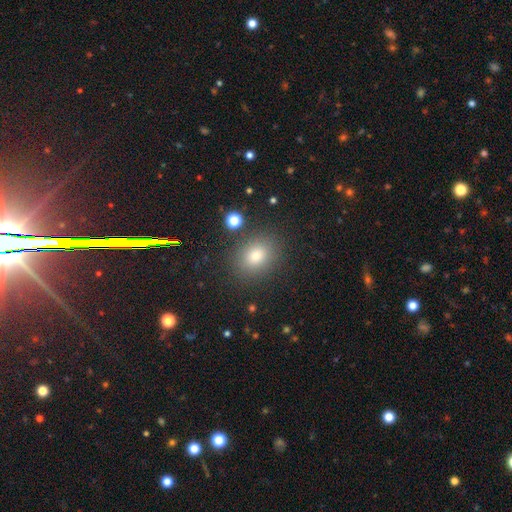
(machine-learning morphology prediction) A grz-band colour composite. It shows a smooth galaxy with no disk features (77%) that is in between round and cigar-shaped (51%). Merging: none (85%).